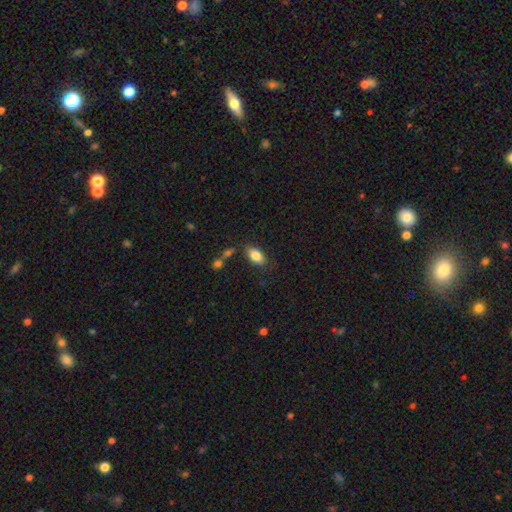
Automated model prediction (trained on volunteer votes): Smooth or featured?
  - smooth: 83% *
  - featured or disk: 9%
  - star or artifact: 8%
How rounded?
  - in between: 91% *
  - cigar-shaped: 4%
  - round: 4%
Merging?
  - none: 78% *
  - minor disturbance: 13%
  - merger: 5%
  - major disturbance: 4%